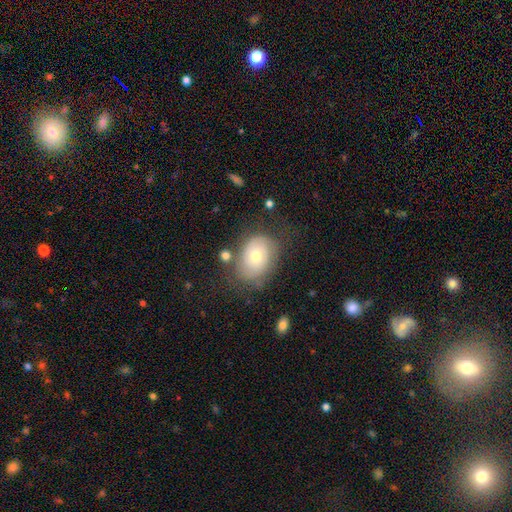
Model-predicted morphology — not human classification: This is possibly a featured or disk galaxy (53%). It is clearly not viewed edge-on (95%). Bar: clearly no (82%). Spiral arm pattern: likely yes (68%). Central bulge: likely moderate (70%). Merging: likely none (66%).